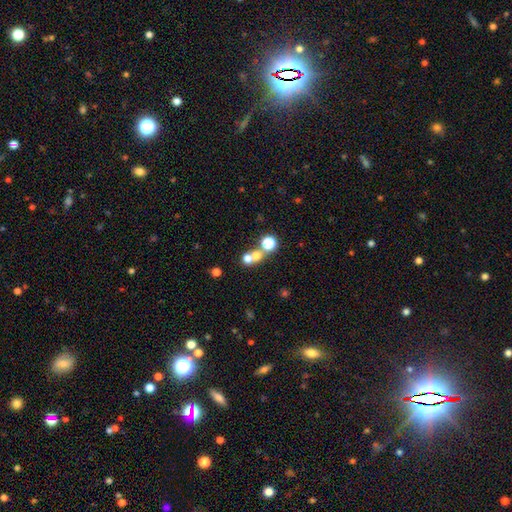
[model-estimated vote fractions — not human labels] smooth 61%, star or artifact 21%, featured or disk 18%. Down the decision tree: how rounded — round (81%); merging — merger (51%).